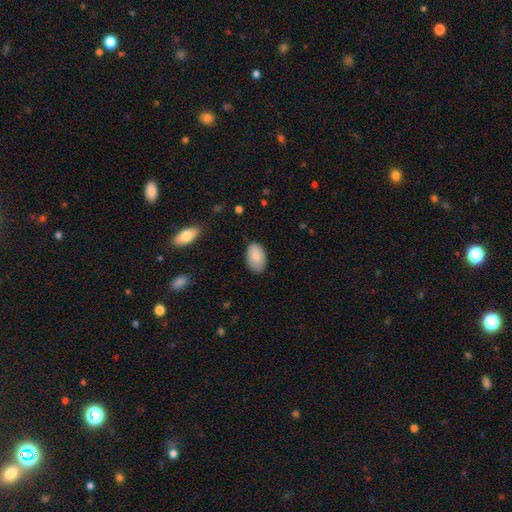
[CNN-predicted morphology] The model was most divided on "merging": none: 81%, minor disturbance: 15%, major disturbance: 3%, merger: 1%. More confident: how rounded — in between (93%); smooth or featured — smooth (87%).